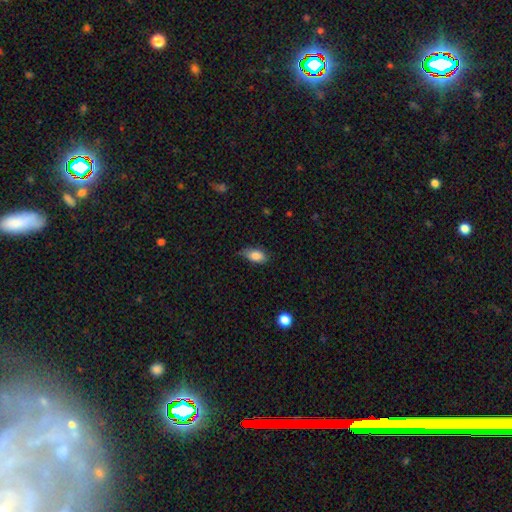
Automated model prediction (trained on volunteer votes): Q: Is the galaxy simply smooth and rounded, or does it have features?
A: smooth — 83%.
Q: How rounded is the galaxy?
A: in between — 89%.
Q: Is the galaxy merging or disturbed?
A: none — 60%.